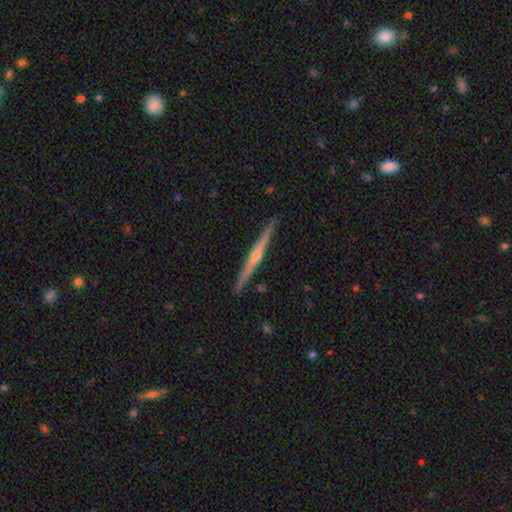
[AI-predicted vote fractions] featured or disk 80%, smooth 15%, star or artifact 6%. Down the decision tree: edge-on disk — yes (98%); edge-on bulge — rounded (82%); merging — none (92%).